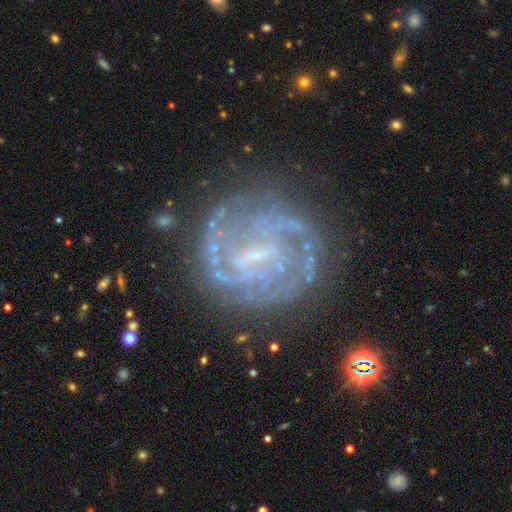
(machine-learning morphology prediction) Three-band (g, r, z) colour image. It shows a featured or disk galaxy (80%) with a weak bar (46%), tight (60%) spiral arms (83%) and a small central bulge (43%). Merging: none (72%).